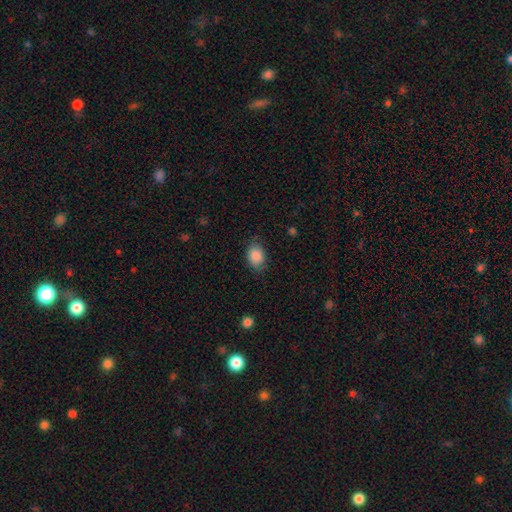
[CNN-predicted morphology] This appears to be a smooth galaxy with no disk features (87%) that is in between round and cigar-shaped (74%). Merging: none (76%).